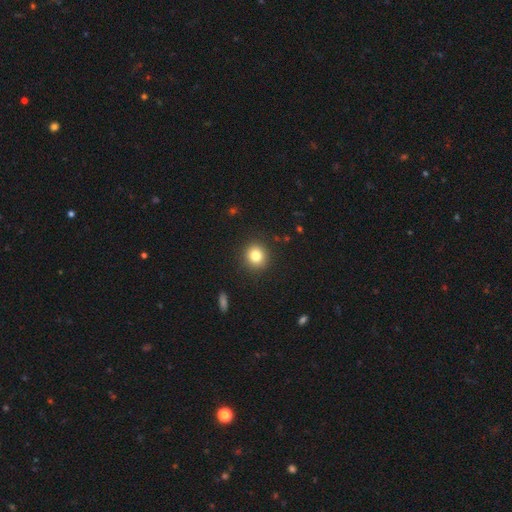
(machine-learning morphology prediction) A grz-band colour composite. It shows a smooth galaxy with no disk features (81%) that is round (90%). Merging: none (91%).